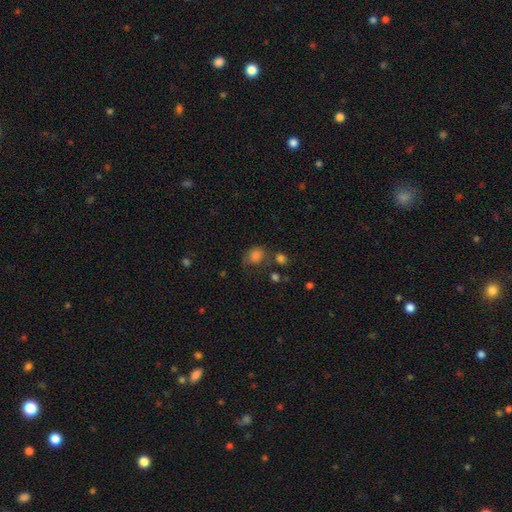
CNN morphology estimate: Smooth or featured? smooth (72%)
How rounded? round (54%)
Merging? none (47%)